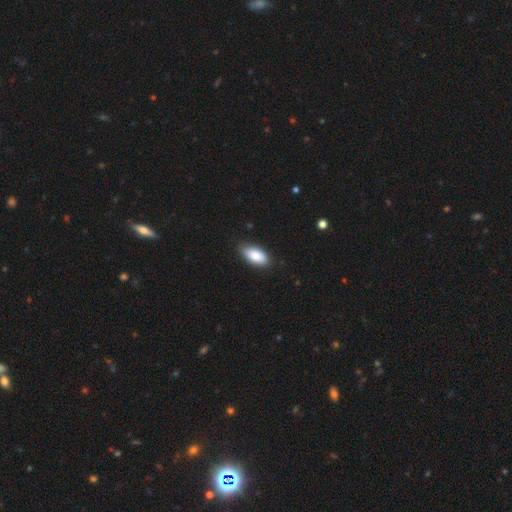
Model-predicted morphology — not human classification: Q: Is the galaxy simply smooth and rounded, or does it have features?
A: smooth — 84%.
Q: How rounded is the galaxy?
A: in between — 92%.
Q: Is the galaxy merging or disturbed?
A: none — 84%.